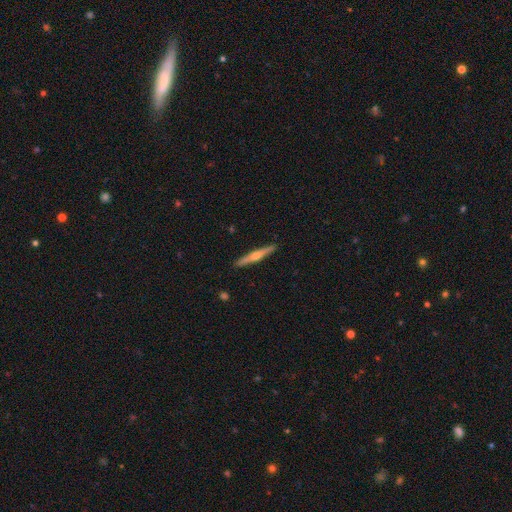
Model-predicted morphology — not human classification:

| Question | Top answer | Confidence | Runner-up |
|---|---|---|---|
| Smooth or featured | featured or disk | 64% | smooth (31%) |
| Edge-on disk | yes | 98% | no (2%) |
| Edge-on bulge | rounded | 86% | none (8%) |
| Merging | none | 91% | minor disturbance (6%) |